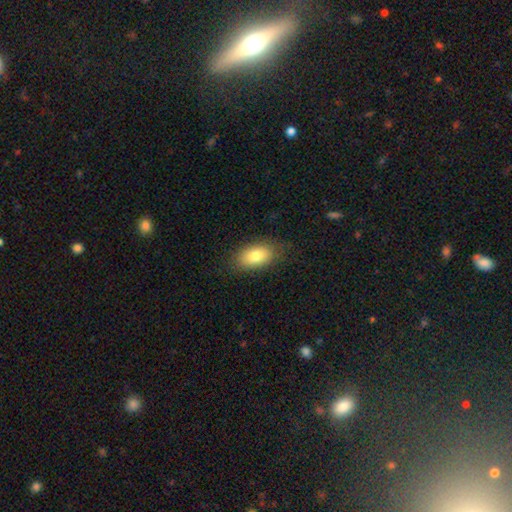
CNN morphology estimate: A smooth galaxy with no disk features (81%) that is in between round and cigar-shaped (91%). Merging: none (83%).